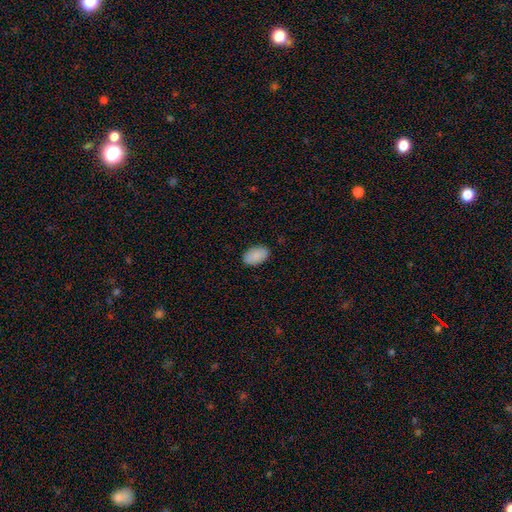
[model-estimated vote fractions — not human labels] smooth-or-featured: smooth: 89% | star or artifact: 6% | featured or disk: 5%
  how-rounded: in between: 93% | round: 5% | cigar-shaped: 1%
  merging: none: 88% | minor disturbance: 9% | major disturbance: 2% | merger: 1%